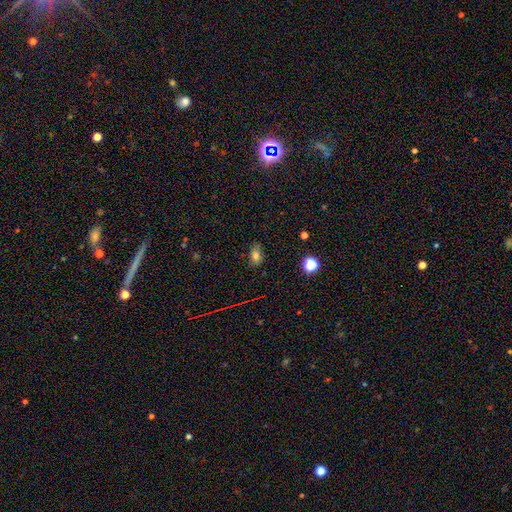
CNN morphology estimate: The model was most divided on "merging": none: 71%, minor disturbance: 22%, major disturbance: 5%, merger: 2%. More confident: how rounded — in between (79%); smooth or featured — smooth (74%).